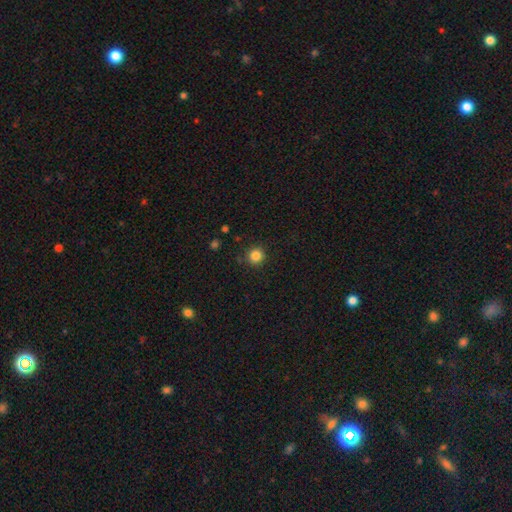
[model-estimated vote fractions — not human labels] smooth 84%, star or artifact 12%, featured or disk 4%. Down the decision tree: how rounded — round (94%); merging — none (89%).